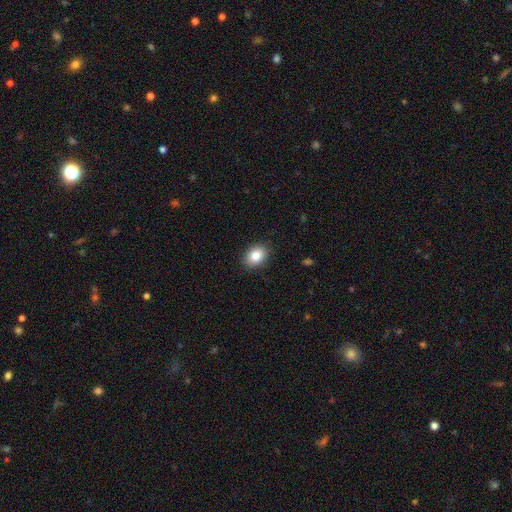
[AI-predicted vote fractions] Smooth or featured?
  - smooth: 85% *
  - star or artifact: 8%
  - featured or disk: 7%
How rounded?
  - in between: 69% *
  - round: 30%
  - cigar-shaped: 1%
Merging?
  - none: 89% *
  - minor disturbance: 8%
  - major disturbance: 2%
  - merger: 1%